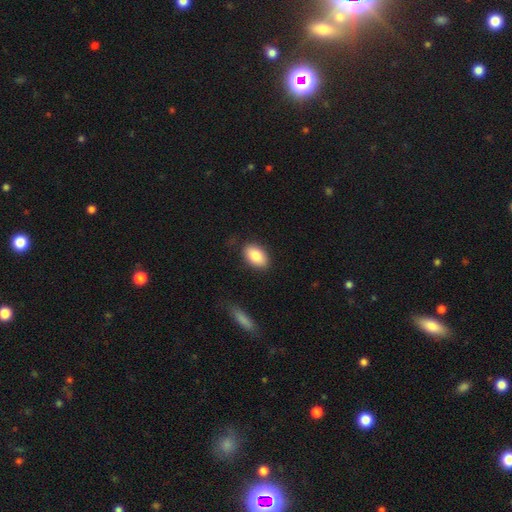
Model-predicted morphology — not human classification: A smooth galaxy with no disk features (84%) that is in between round and cigar-shaped (91%).

Vote fractions:
- Smooth or featured? smooth: 84% / featured or disk: 9% / star or artifact: 7%
- How rounded? in between: 91% / round: 8% / cigar-shaped: 2%
- Merging? none: 84% / minor disturbance: 11% / major disturbance: 3% / merger: 2%